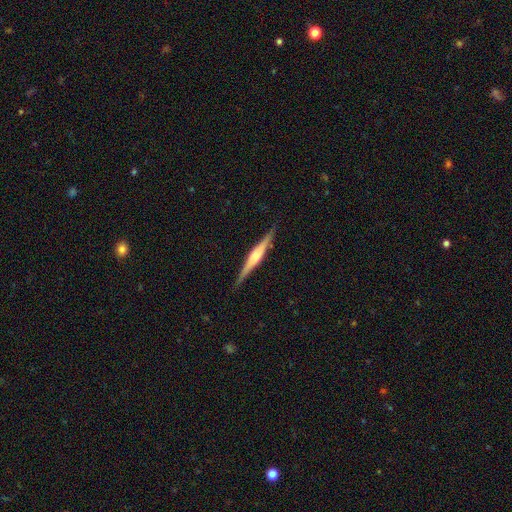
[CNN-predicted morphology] A featured or disk galaxy (71%) viewed edge-on (98%) with a rounded central bulge (61%).

Vote fractions:
- Smooth or featured? featured or disk: 71% / smooth: 23% / star or artifact: 6%
- Edge-on disk? yes: 98% / no: 2%
- Edge-on bulge? rounded: 61% / boxy: 29% / none: 11%
- Merging? none: 89% / minor disturbance: 8% / major disturbance: 2% / merger: 1%